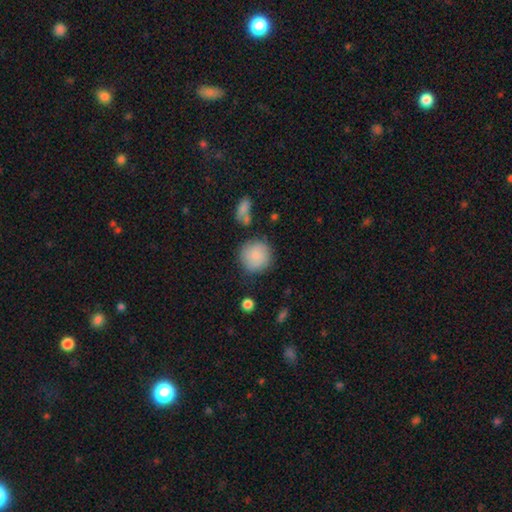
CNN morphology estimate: smooth 84%, featured or disk 9%, star or artifact 7%. Down the decision tree: how rounded — round (93%); merging — none (78%).